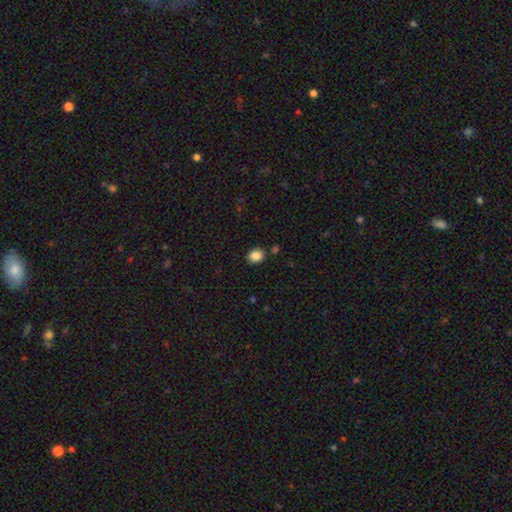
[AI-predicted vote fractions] Overall: smooth (87%). How rounded: in between (53%; round 46%). Merging: none (84%).